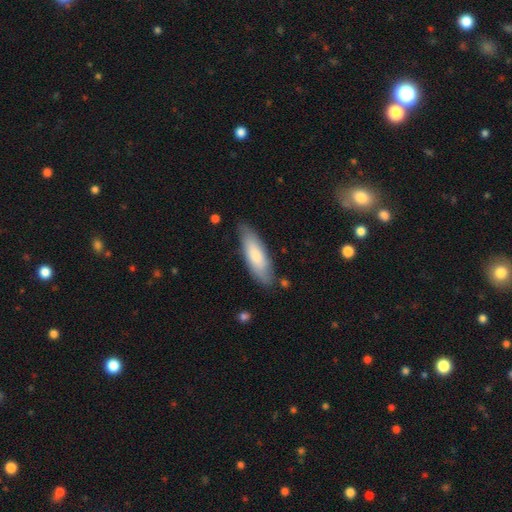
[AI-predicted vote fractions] Smooth or featured? Predicted: smooth (p=0.71). How rounded? Predicted: in between (p=0.53). Merging? Predicted: none (p=0.78).